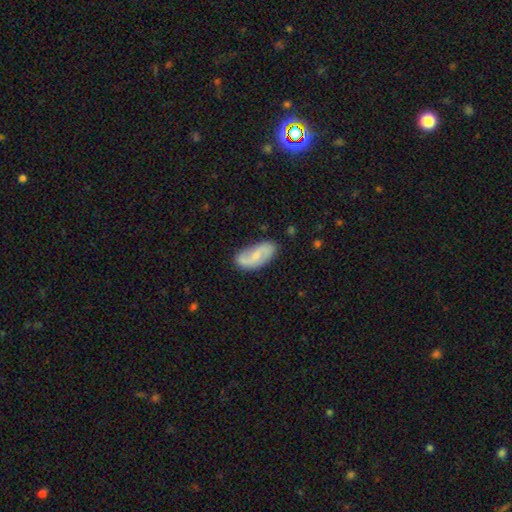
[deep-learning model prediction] A featured or disk galaxy (60%) with no bar (45%), 2 (87%) loose (59%) spiral arms (89%) and a small central bulge (61%).

Vote fractions:
- Smooth or featured? featured or disk: 60% / smooth: 34% / star or artifact: 6%
- Edge-on disk? no: 94% / yes: 6%
- Bar? no: 45% / weak: 40% / strong: 15%
- Spiral arms? yes: 89% / no: 11%
- Spiral winding? loose: 59% / medium: 29% / tight: 13%
- Spiral arm count? 2: 87% / can't tell: 6% / 1: 4% / 3: 1% / 4: 1% / more than 4: 1%
- Bulge size? small: 61% / moderate: 27% / none: 9% / large: 1% / dominant: 1%
- Merging? none: 76% / minor disturbance: 18% / major disturbance: 4% / merger: 2%